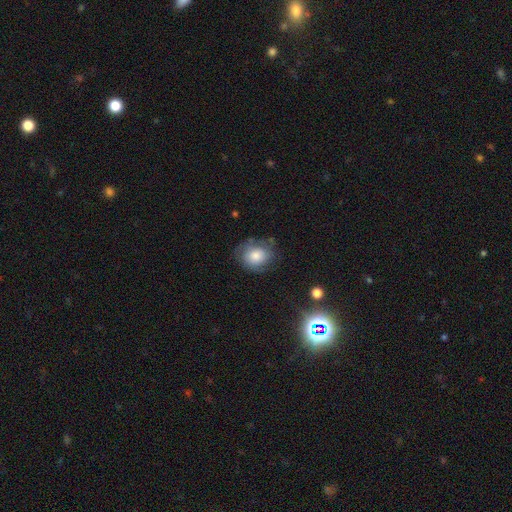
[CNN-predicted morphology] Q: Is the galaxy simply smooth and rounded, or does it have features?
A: smooth — 67%.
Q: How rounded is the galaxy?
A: round — 61%.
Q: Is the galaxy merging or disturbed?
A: none — 66%.